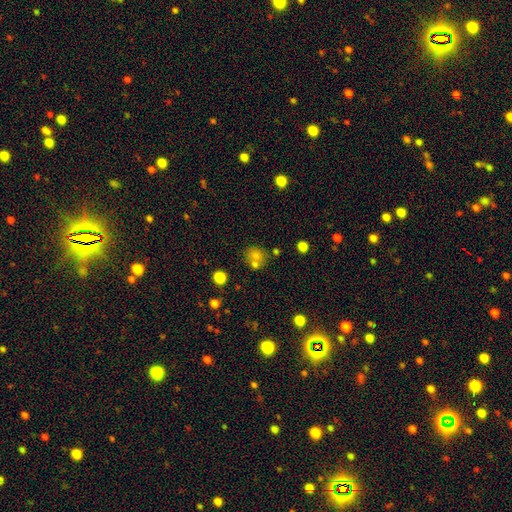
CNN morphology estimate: Smooth or featured?
  - smooth: 72% *
  - star or artifact: 16%
  - featured or disk: 13%
How rounded?
  - round: 81% *
  - in between: 18%
  - cigar-shaped: 1%
Merging?
  - none: 54% *
  - merger: 32%
  - minor disturbance: 10%
  - major disturbance: 4%